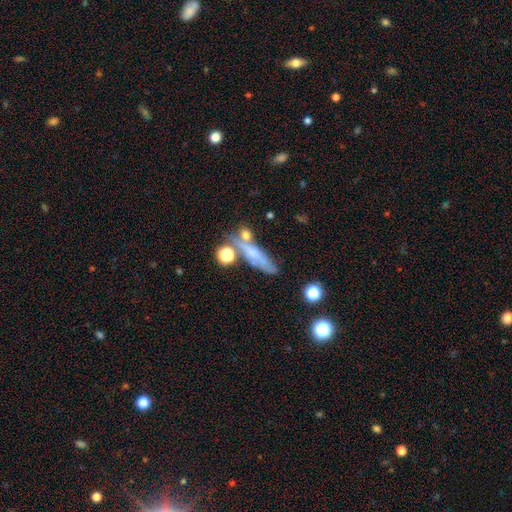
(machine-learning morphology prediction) smooth_or_featured: smooth (p=0.56) [alt: featured or disk p=0.31]
how_rounded: cigar-shaped (p=0.71) [alt: in between p=0.19]
merging: none (p=0.56) [alt: minor disturbance p=0.18]